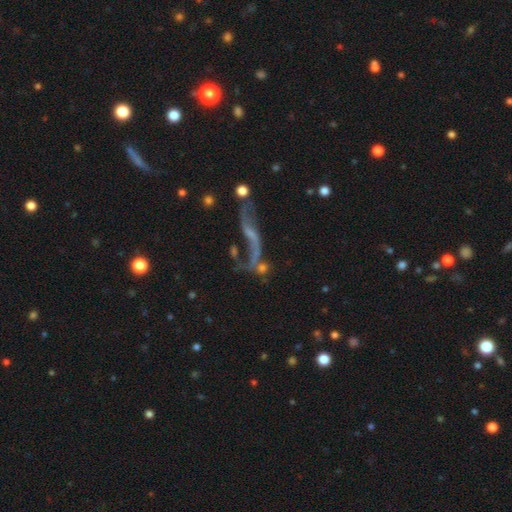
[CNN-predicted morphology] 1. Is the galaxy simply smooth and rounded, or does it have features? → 65% featured or disk, 19% star or artifact, 16% smooth.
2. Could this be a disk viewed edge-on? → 75% no, 25% yes.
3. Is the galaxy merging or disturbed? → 40% none, 22% major disturbance, 21% merger, 17% minor disturbance.